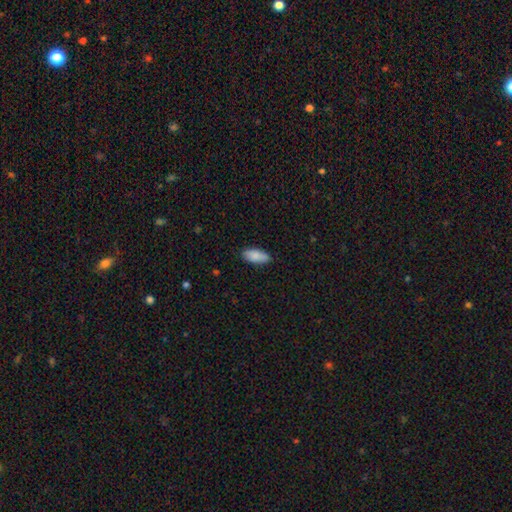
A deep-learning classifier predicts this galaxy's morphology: Overall: smooth (87%). How rounded: in between (87%). Merging: none (85%).